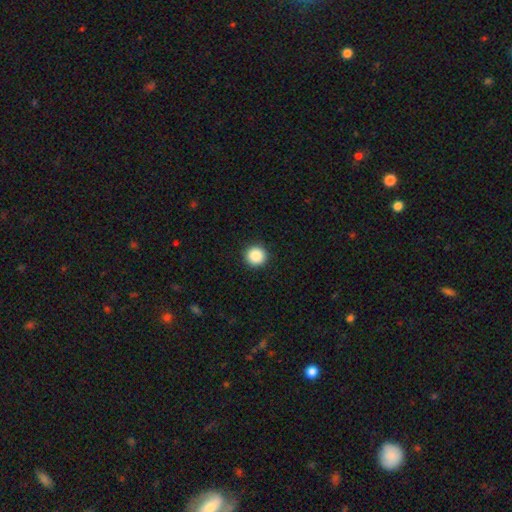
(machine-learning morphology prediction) This is clearly a smooth galaxy (88%). How rounded: clearly round (96%). Merging: clearly none (93%).